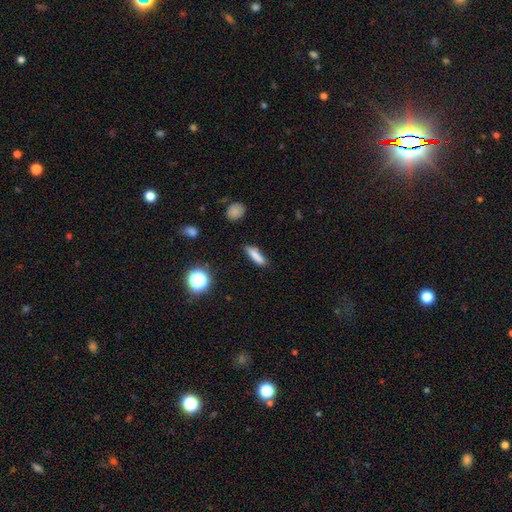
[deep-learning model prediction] Morphology: type=smooth (81%); roundness=cigar-shaped (74%); merging=none (83%).